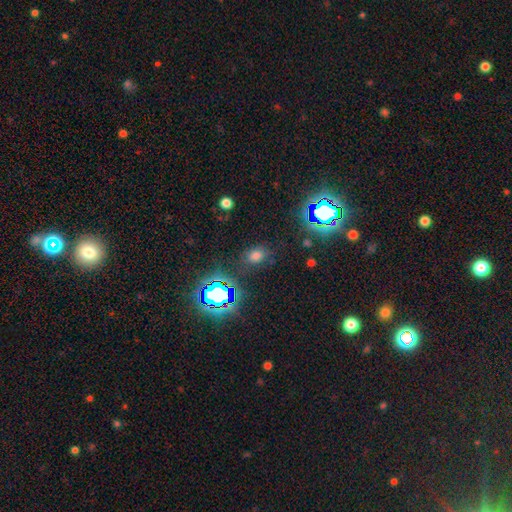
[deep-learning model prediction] smooth-or-featured: smooth: 63% | star or artifact: 30% | featured or disk: 7%
  how-rounded: in between: 66% | round: 32% | cigar-shaped: 2%
  merging: none: 79% | minor disturbance: 13% | major disturbance: 5% | merger: 3%